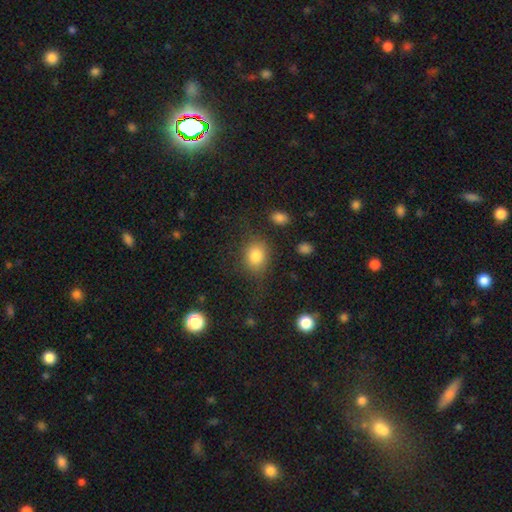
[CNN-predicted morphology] type=smooth (81%); roundness=round (58%); merging=none (73%).